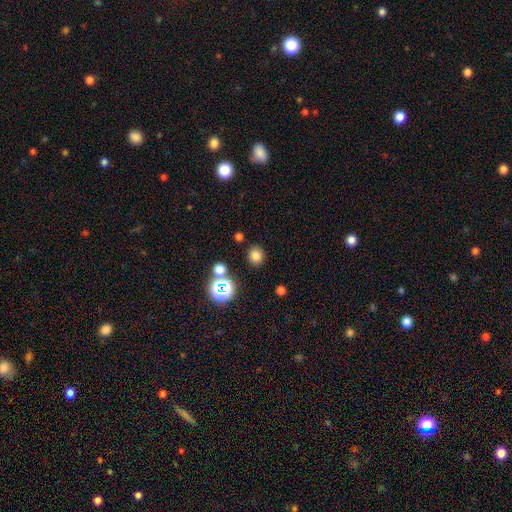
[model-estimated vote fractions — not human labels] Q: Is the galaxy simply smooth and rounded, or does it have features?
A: smooth — 77%.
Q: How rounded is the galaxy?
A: round — 80%.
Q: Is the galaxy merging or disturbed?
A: none — 85%.